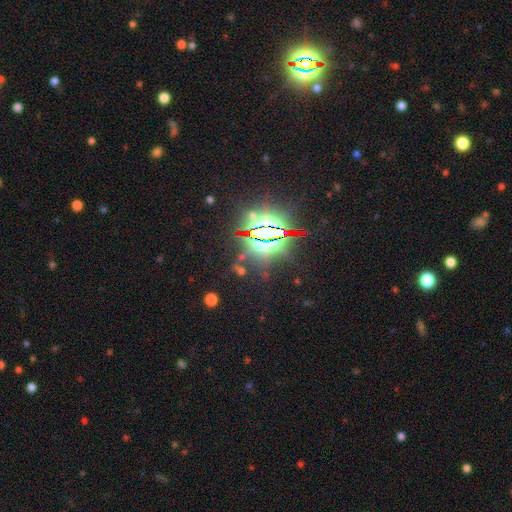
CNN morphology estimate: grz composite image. It shows a star or artifact, not a galaxy (86%).